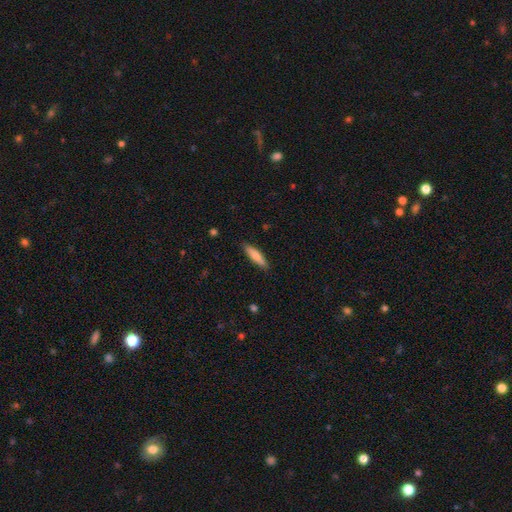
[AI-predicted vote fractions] Smooth or featured: smooth — 72% (featured or disk — 22%)
How rounded: cigar-shaped — 75% (in between — 23%)
Merging: none — 88% (minor disturbance — 9%)